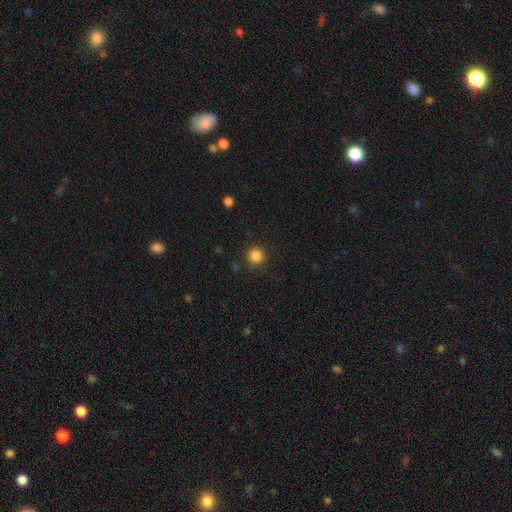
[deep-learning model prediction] Q: Smooth or featured?
A: smooth (85%); runner-up: star or artifact (12%)
Q: How rounded?
A: round (93%); runner-up: in between (6%)
Q: Merging?
A: none (88%); runner-up: minor disturbance (8%)